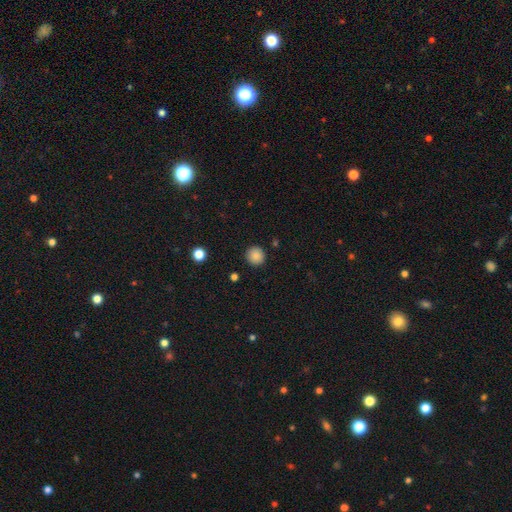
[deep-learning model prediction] The model was most divided on "smooth or featured": smooth: 87%, star or artifact: 10%, featured or disk: 3%. More confident: how rounded — round (93%); merging — none (91%).